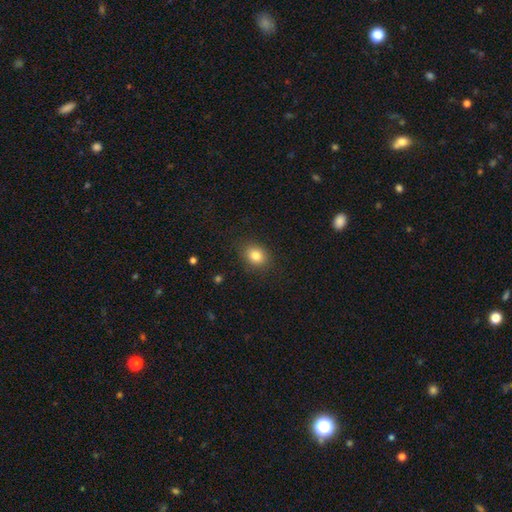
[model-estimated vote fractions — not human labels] smooth-or-featured: smooth: 83% | star or artifact: 10% | featured or disk: 7%
  how-rounded: round: 50% | in between: 49% | cigar-shaped: 1%
  merging: none: 85% | minor disturbance: 11% | major disturbance: 3% | merger: 1%